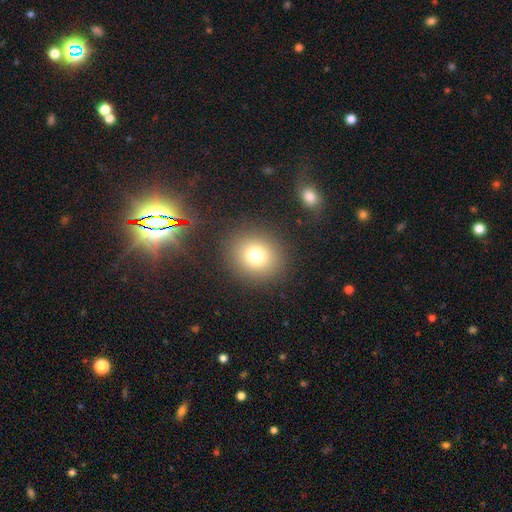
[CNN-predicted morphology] smooth_or_featured: smooth (p=0.76) [alt: star or artifact p=0.14]
how_rounded: round (p=0.79) [alt: in between p=0.20]
merging: none (p=0.87) [alt: minor disturbance p=0.07]